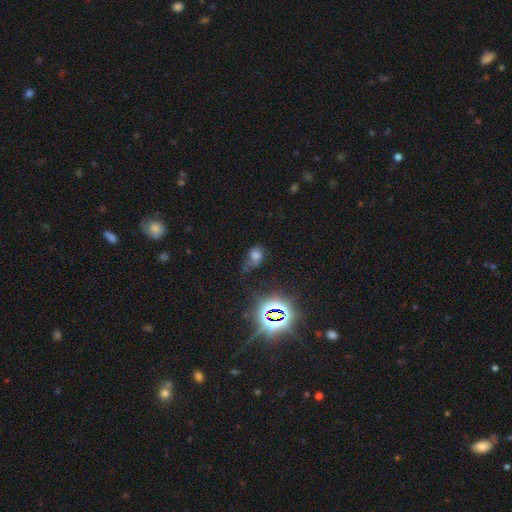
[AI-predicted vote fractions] Smooth or featured?
  - smooth: 48% *
  - star or artifact: 32%
  - featured or disk: 20%
Merging?
  - none: 35% *
  - minor disturbance: 30%
  - major disturbance: 28%
  - merger: 7%